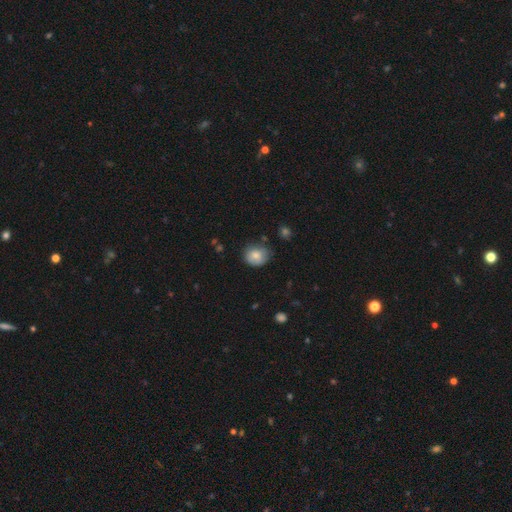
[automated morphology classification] type=smooth (79%); roundness=round (70%); merging=none (64%).